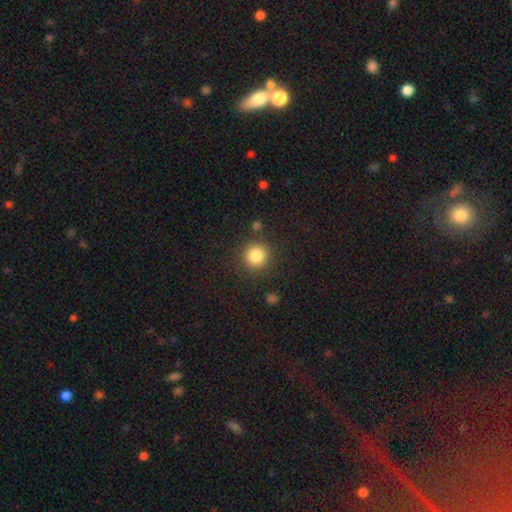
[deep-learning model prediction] Morphology: type=smooth (84%); roundness=round (93%); merging=none (86%).